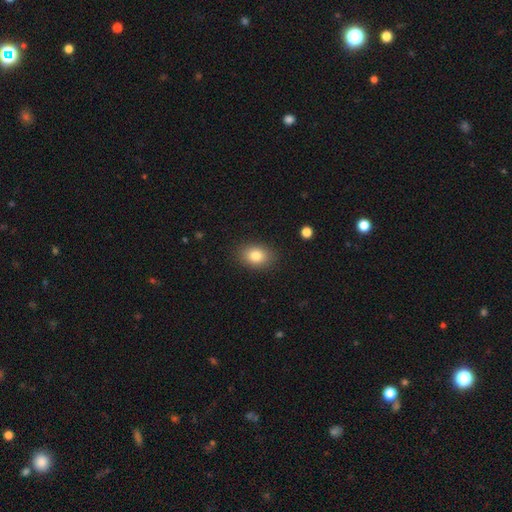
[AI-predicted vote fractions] This appears to be a smooth galaxy with no disk features (82%) that is in between round and cigar-shaped (74%). Merging: none (87%).